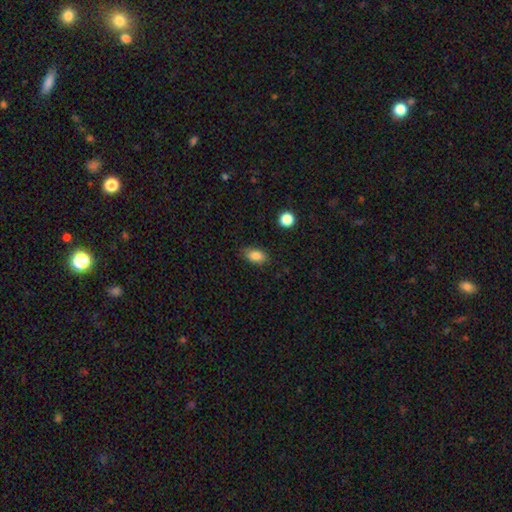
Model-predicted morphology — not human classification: Smooth or featured?
  - smooth: 86% *
  - star or artifact: 9%
  - featured or disk: 5%
How rounded?
  - in between: 89% *
  - round: 8%
  - cigar-shaped: 3%
Merging?
  - none: 83% *
  - minor disturbance: 13%
  - major disturbance: 3%
  - merger: 1%